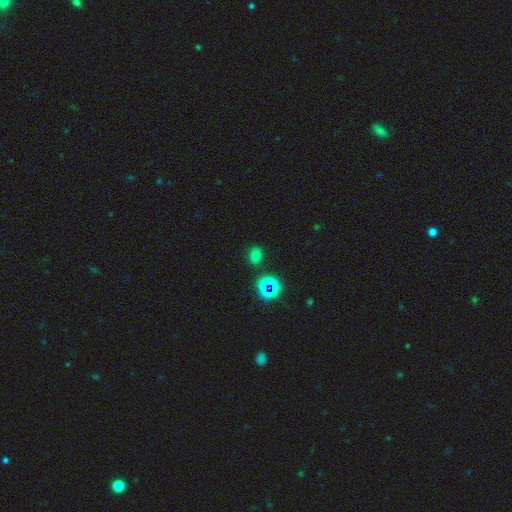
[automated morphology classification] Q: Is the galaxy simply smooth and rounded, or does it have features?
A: smooth — 68%.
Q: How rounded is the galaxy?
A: in between — 51%.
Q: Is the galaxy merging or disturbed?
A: none — 84%.